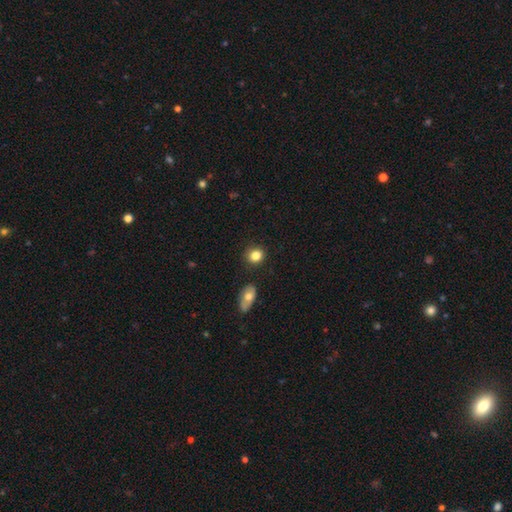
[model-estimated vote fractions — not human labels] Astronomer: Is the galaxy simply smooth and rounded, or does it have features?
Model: smooth — 84%.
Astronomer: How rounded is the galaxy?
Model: round — 77%.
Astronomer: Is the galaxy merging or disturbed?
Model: none — 84%.